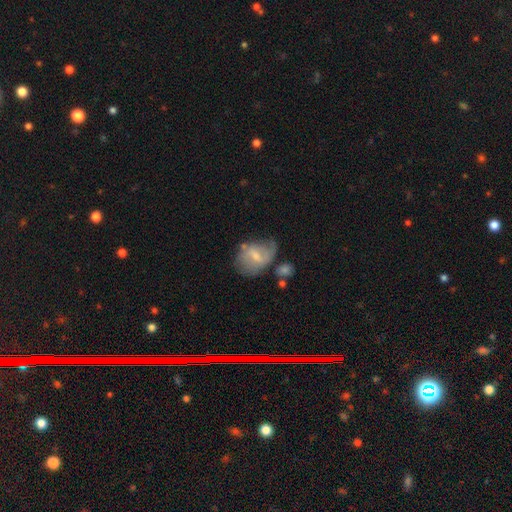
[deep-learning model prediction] Smooth or featured: featured or disk — 52% (smooth — 41%)
Edge-on disk: no — 96% (yes — 4%)
Merging: none — 41% (minor disturbance — 30%)